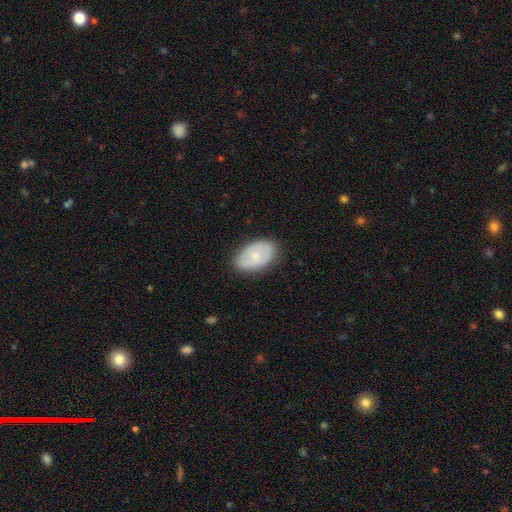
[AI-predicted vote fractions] A smooth galaxy with no disk features (60%) that is in between round and cigar-shaped (90%).

Vote fractions:
- Smooth or featured? smooth: 60% / featured or disk: 34% / star or artifact: 6%
- How rounded? in between: 90% / round: 9% / cigar-shaped: 1%
- Merging? none: 79% / minor disturbance: 17% / major disturbance: 4% / merger: 1%